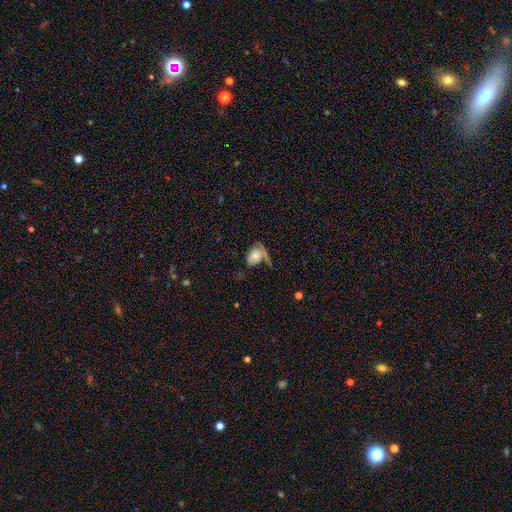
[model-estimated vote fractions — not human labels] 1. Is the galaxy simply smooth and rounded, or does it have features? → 64% smooth, 25% featured or disk, 10% star or artifact.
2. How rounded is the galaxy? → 74% in between, 23% round, 3% cigar-shaped.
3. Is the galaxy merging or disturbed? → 40% none, 24% minor disturbance, 22% major disturbance, 14% merger.